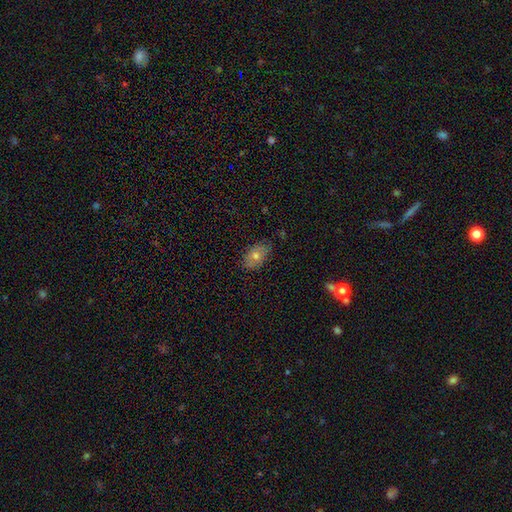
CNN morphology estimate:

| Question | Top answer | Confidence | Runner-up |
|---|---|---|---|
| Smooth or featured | smooth | 63% | featured or disk (25%) |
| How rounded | in between | 84% | round (13%) |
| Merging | none | 78% | minor disturbance (17%) |